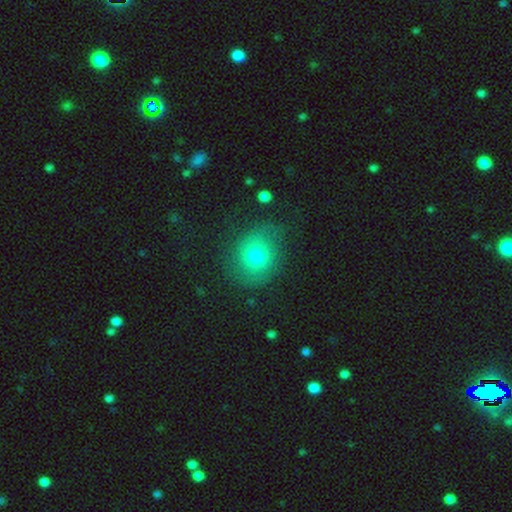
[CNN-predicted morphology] Q: Smooth or featured?
A: smooth (72%); runner-up: featured or disk (16%)
Q: How rounded?
A: round (67%); runner-up: in between (32%)
Q: Merging?
A: none (74%); runner-up: minor disturbance (17%)